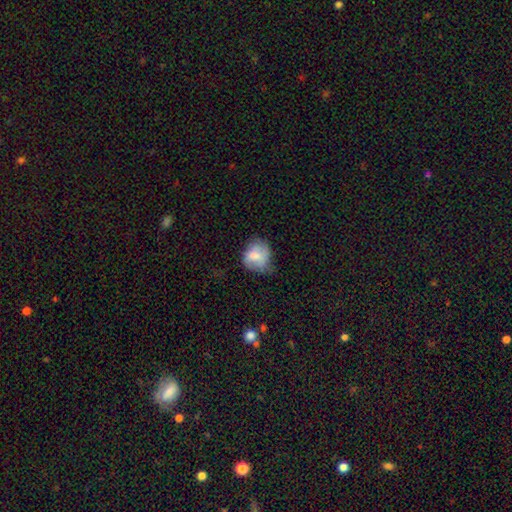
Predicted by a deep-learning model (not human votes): smooth_or_featured: smooth (p=0.72) [alt: featured or disk p=0.20]
how_rounded: round (p=0.60) [alt: in between p=0.39]
merging: none (p=0.44) [alt: minor disturbance p=0.38]